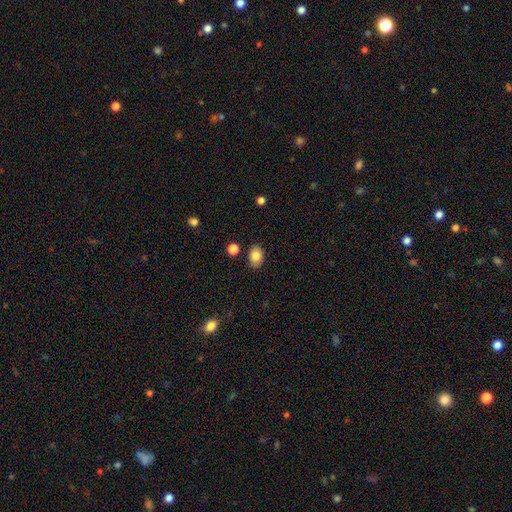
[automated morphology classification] This is clearly a smooth galaxy (84%). How rounded: likely in between (78%). Merging: clearly none (85%).